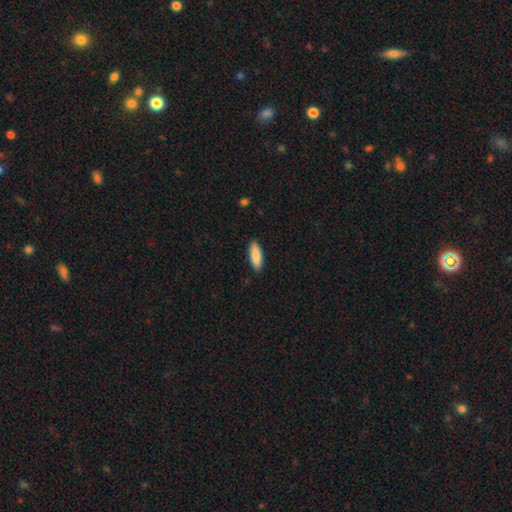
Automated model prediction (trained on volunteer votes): smooth 88%, featured or disk 6%, star or artifact 5%. Down the decision tree: how rounded — in between (54%); merging — none (90%).